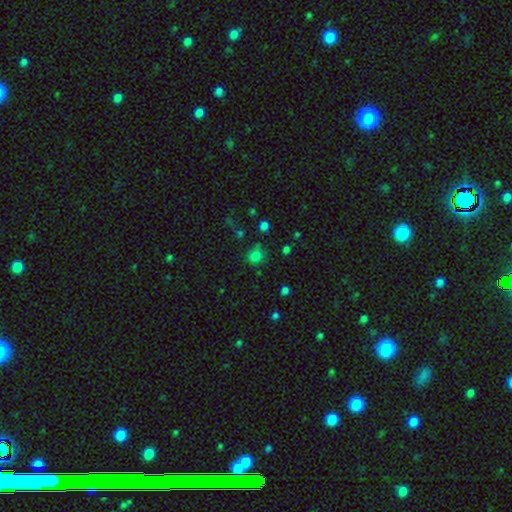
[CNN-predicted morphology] smooth 77%, star or artifact 17%, featured or disk 5%. Down the decision tree: how rounded — round (75%); merging — none (72%).